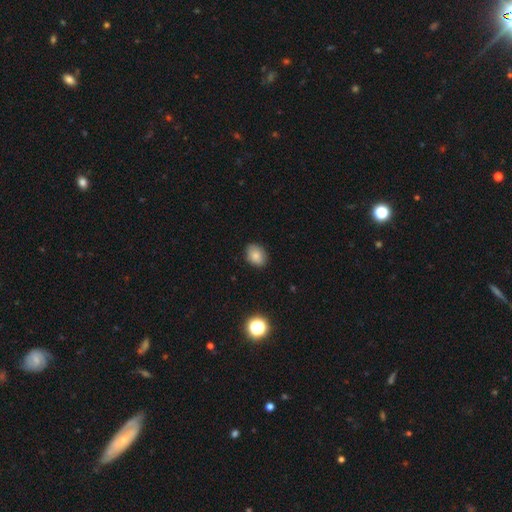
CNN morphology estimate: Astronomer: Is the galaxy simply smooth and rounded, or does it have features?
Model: smooth — 84%.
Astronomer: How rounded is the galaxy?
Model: in between — 63%.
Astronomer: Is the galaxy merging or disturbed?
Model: none — 85%.